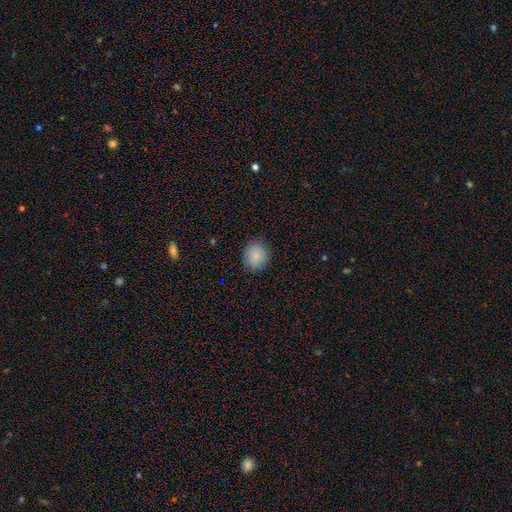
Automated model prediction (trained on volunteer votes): The model was most divided on "how rounded": round: 76%, in between: 23%, cigar-shaped: 1%. More confident: merging — none (88%); smooth or featured — smooth (88%).